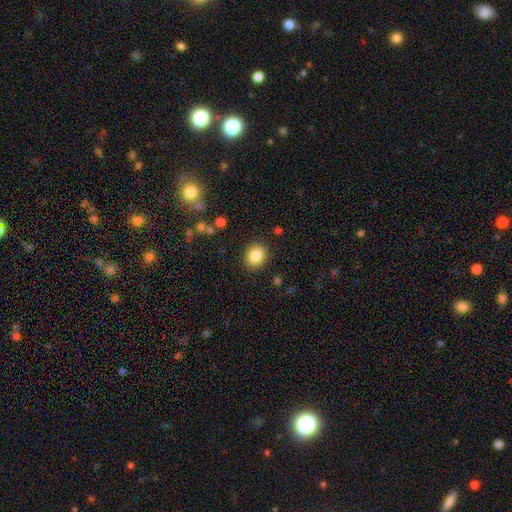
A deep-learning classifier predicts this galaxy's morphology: Smooth or featured? Predicted: smooth (p=0.85). How rounded? Predicted: round (p=0.64). Merging? Predicted: none (p=0.89).